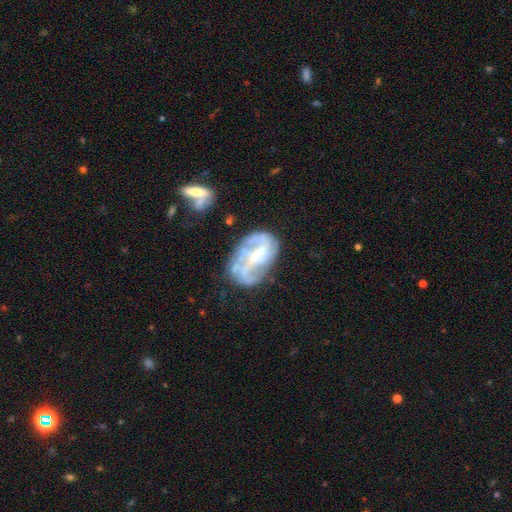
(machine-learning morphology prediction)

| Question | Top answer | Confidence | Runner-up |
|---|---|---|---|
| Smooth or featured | featured or disk | 79% | smooth (13%) |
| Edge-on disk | no | 97% | yes (3%) |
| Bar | weak | 41% | no (38%) |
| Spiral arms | yes | 79% | no (21%) |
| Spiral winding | medium | 40% | loose (30%) |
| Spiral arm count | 2 | 37% | can't tell (30%) |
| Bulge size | small | 61% | moderate (27%) |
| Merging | none | 51% | minor disturbance (24%) |